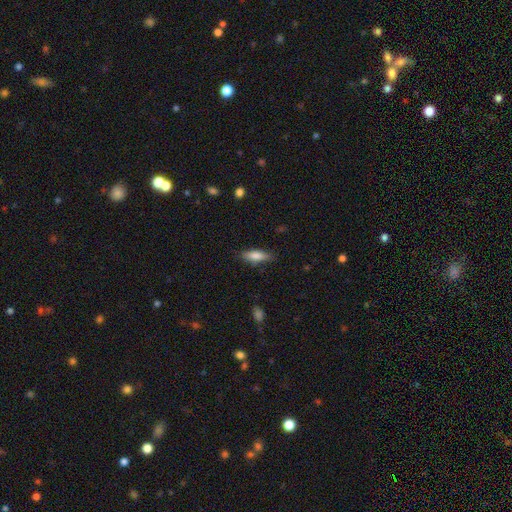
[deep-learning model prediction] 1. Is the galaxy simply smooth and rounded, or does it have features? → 80% smooth, 13% featured or disk, 7% star or artifact.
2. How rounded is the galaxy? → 52% in between, 46% cigar-shaped, 2% round.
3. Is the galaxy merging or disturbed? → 80% none, 15% minor disturbance, 3% major disturbance, 2% merger.